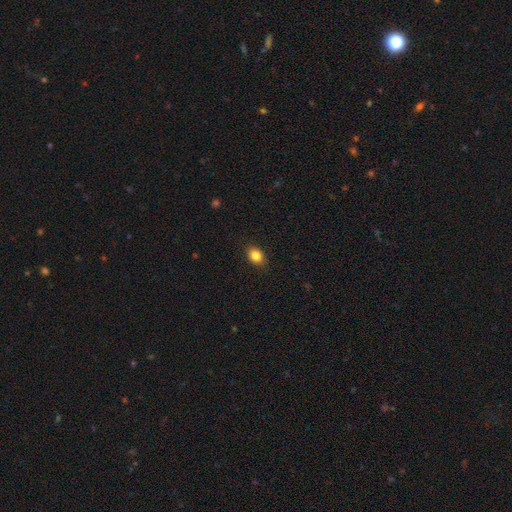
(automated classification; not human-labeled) Smooth or featured? Predicted: smooth (p=0.85). How rounded? Predicted: in between (p=0.69). Merging? Predicted: none (p=0.88).